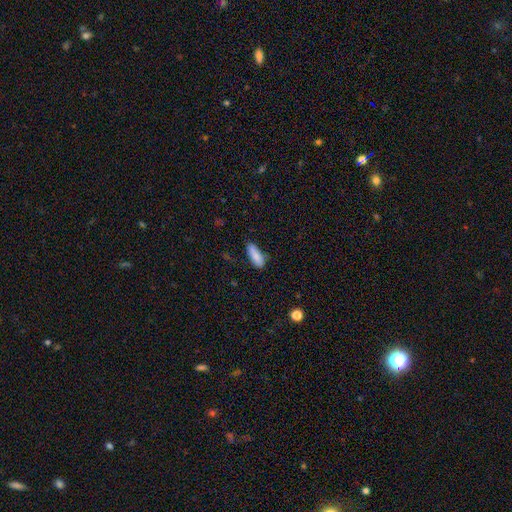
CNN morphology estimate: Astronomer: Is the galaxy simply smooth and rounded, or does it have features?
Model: smooth — 87%.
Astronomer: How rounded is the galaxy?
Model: in between — 69%.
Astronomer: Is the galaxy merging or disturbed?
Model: none — 68%.